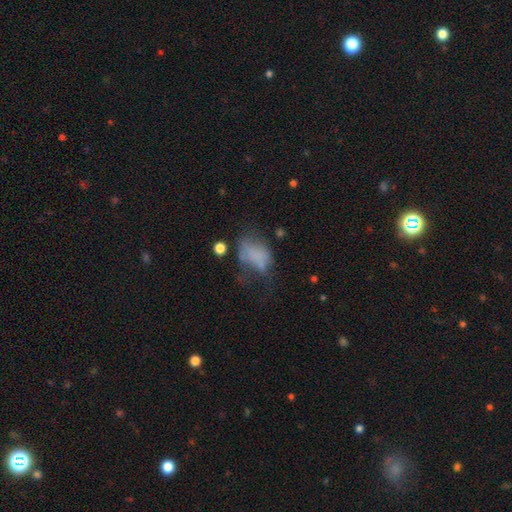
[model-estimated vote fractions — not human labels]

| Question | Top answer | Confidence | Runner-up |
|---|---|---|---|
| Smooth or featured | smooth | 57% | featured or disk (28%) |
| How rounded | in between | 84% | round (14%) |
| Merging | major disturbance | 43% | minor disturbance (26%) |